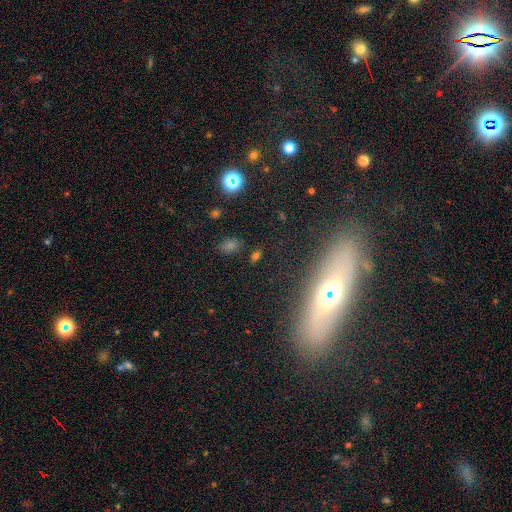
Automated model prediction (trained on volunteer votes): Smooth or featured: smooth — 51% (star or artifact — 27%)
How rounded: in between — 51% (round — 26%)
Merging: none — 83% (minor disturbance — 9%)